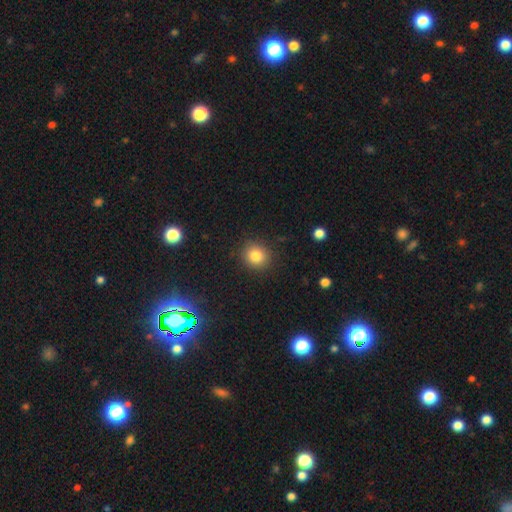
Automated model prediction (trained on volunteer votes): This is clearly a smooth galaxy (82%). How rounded: clearly round (85%). Merging: clearly none (89%).